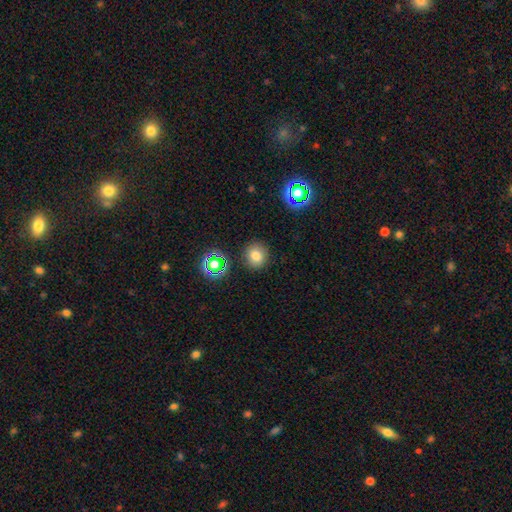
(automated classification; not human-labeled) Smooth or featured: smooth — 76% (star or artifact — 16%)
How rounded: round — 85% (in between — 14%)
Merging: none — 88% (minor disturbance — 7%)